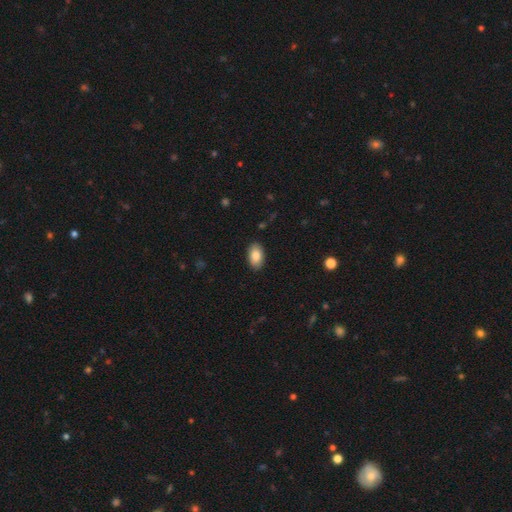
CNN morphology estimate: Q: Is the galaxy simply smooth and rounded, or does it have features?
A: smooth — 86%.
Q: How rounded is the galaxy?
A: in between — 93%.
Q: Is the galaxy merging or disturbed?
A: none — 88%.